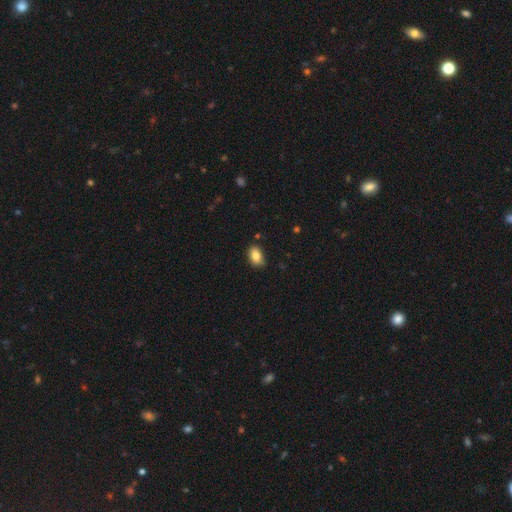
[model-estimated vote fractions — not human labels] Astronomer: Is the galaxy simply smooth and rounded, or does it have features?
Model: smooth — 85%.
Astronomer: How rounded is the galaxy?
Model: in between — 89%.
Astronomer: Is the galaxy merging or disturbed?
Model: none — 80%.